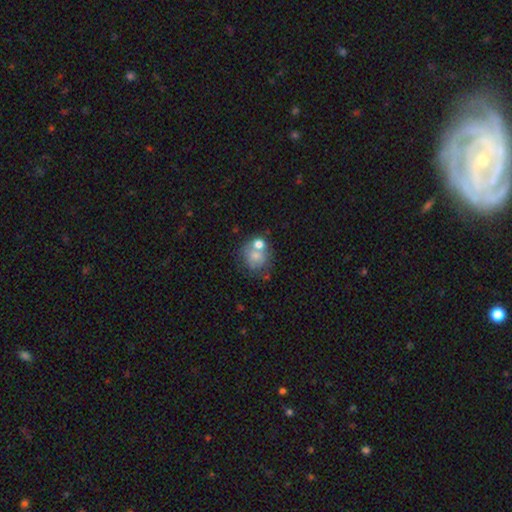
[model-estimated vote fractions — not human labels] A smooth galaxy with no disk features (65%) that is round (73%).

Vote fractions:
- Smooth or featured? smooth: 65% / featured or disk: 25% / star or artifact: 10%
- How rounded? round: 73% / in between: 26% / cigar-shaped: 1%
- Merging? merger: 38% (tied) / none: 38% (tied) / minor disturbance: 15% / major disturbance: 9%